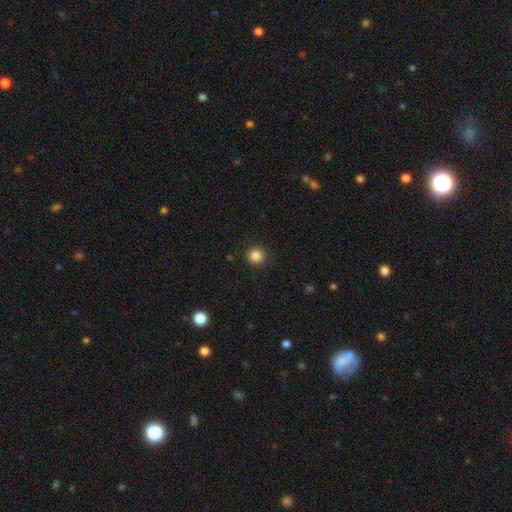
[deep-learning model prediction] A smooth galaxy with no disk features (85%) that is round (94%).

Vote fractions:
- Smooth or featured? smooth: 85% / star or artifact: 11% / featured or disk: 3%
- How rounded? round: 94% / in between: 5% / cigar-shaped: 1%
- Merging? none: 91% / minor disturbance: 6% / major disturbance: 2% / merger: 1%